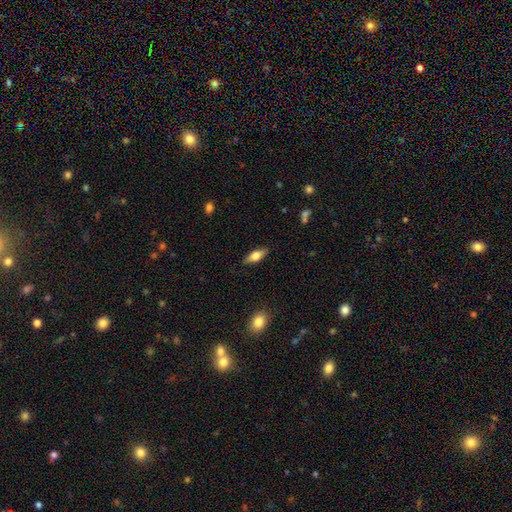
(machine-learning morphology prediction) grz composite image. It shows a smooth galaxy with no disk features (59%) that is in between round and cigar-shaped (70%). Merging: none (86%).